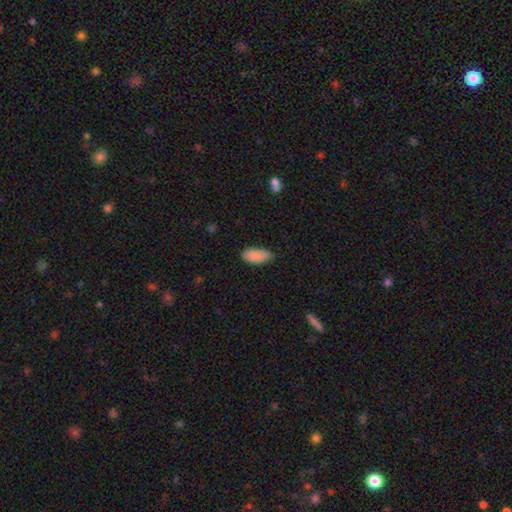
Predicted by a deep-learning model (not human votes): A smooth galaxy with no disk features (88%) that is in between round and cigar-shaped (93%).

Vote fractions:
- Smooth or featured? smooth: 88% / star or artifact: 7% / featured or disk: 5%
- How rounded? in between: 93% / cigar-shaped: 5% / round: 2%
- Merging? none: 67% / minor disturbance: 28% / major disturbance: 4% / merger: 1%